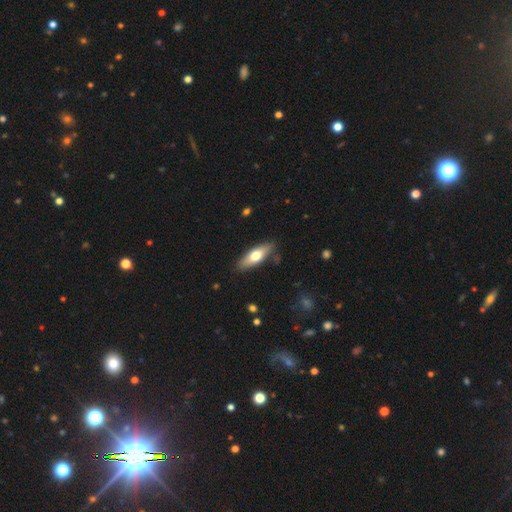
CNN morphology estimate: Smooth or featured: smooth — 63% (featured or disk — 32%)
How rounded: in between — 59% (cigar-shaped — 39%)
Merging: none — 85% (minor disturbance — 11%)